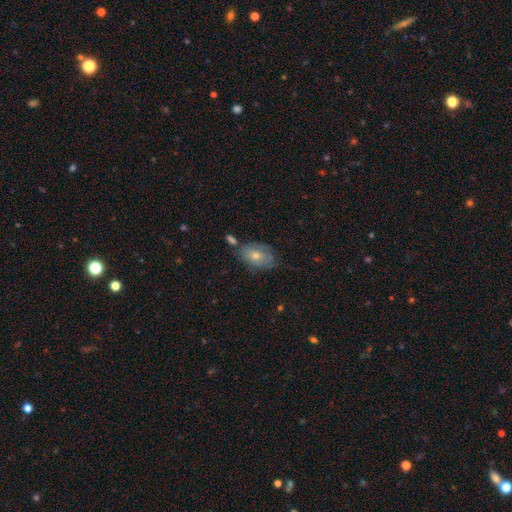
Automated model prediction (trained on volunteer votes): Smooth or featured: smooth — 51% (featured or disk — 37%)
How rounded: in between — 82% (round — 16%)
Merging: none — 64% (minor disturbance — 22%)